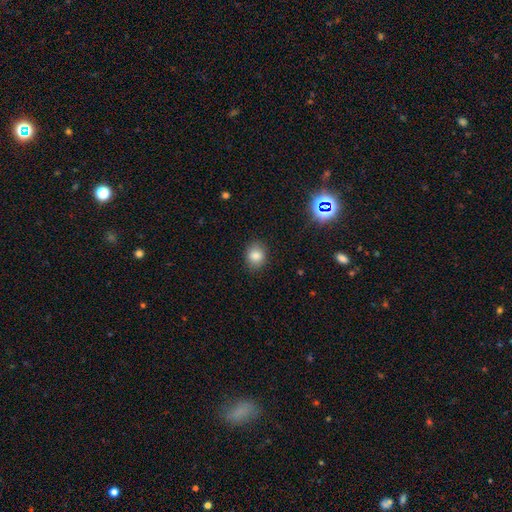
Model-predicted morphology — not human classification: Smooth or featured? smooth (83%)
How rounded? round (56%)
Merging? none (85%)